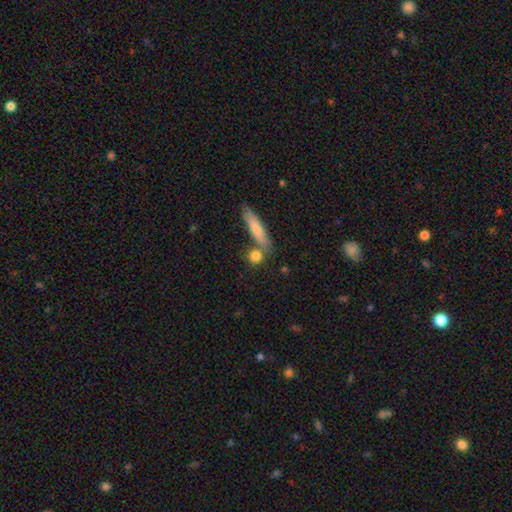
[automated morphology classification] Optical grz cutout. It shows a smooth galaxy with no disk features (80%) that is round (66%). Merging: none (68%).